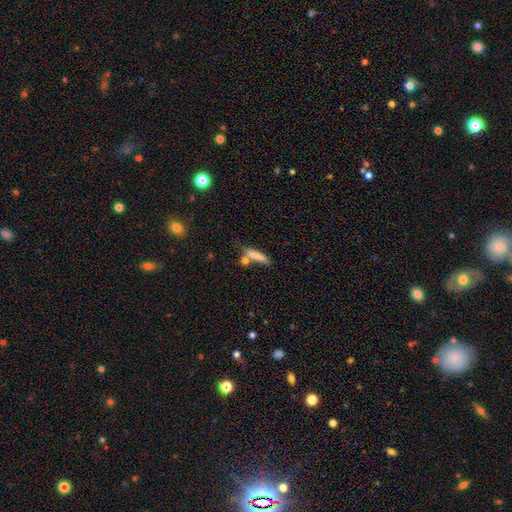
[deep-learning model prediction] smooth-or-featured: smooth: 74% | featured or disk: 18% | star or artifact: 8%
  how-rounded: cigar-shaped: 76% | in between: 21% | round: 3%
  merging: none: 54% | merger: 24% | minor disturbance: 16% | major disturbance: 6%